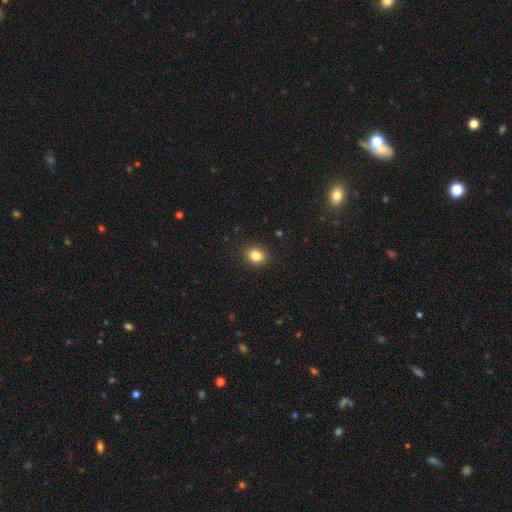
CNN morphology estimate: A smooth galaxy with no disk features (83%) that is round (59%).

Vote fractions:
- Smooth or featured? smooth: 83% / star or artifact: 11% / featured or disk: 6%
- How rounded? round: 59% / in between: 40% / cigar-shaped: 1%
- Merging? none: 90% / minor disturbance: 7% / major disturbance: 2% / merger: 1%